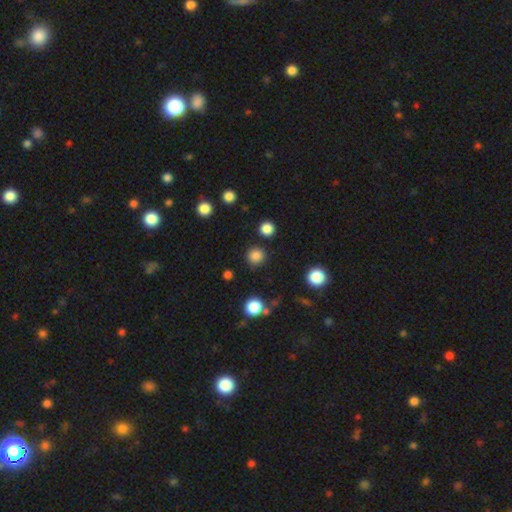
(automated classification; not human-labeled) This appears to be a smooth galaxy with no disk features (83%) that is round (94%). Merging: none (89%).